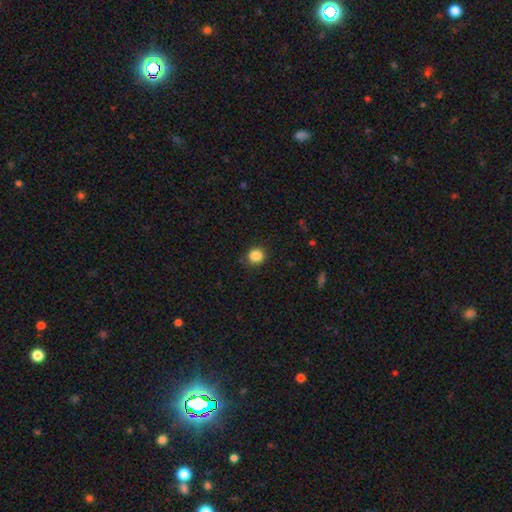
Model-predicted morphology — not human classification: Q: Smooth or featured?
A: smooth (86%); runner-up: star or artifact (10%)
Q: How rounded?
A: round (78%); runner-up: in between (21%)
Q: Merging?
A: none (87%); runner-up: minor disturbance (9%)